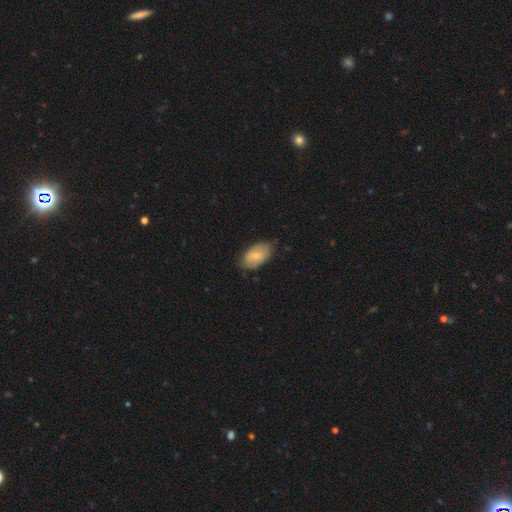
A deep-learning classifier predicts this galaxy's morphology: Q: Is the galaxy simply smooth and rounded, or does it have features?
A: smooth — 60%.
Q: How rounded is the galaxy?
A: in between — 92%.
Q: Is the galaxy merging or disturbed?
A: none — 71%.